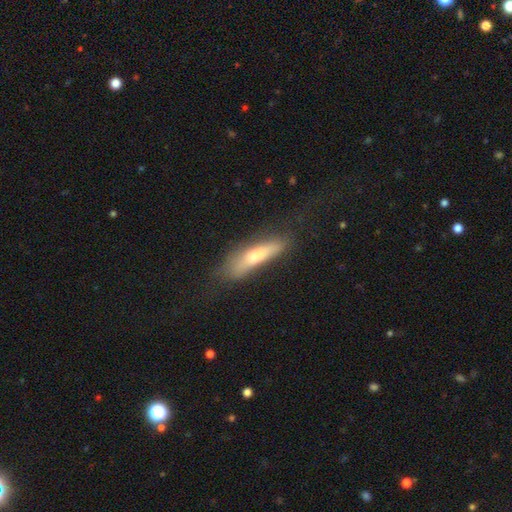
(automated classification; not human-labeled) The model was most divided on "smooth or featured": smooth: 52%, featured or disk: 40%, star or artifact: 8%. More confident: how rounded — cigar-shaped (72%); merging — none (55%).